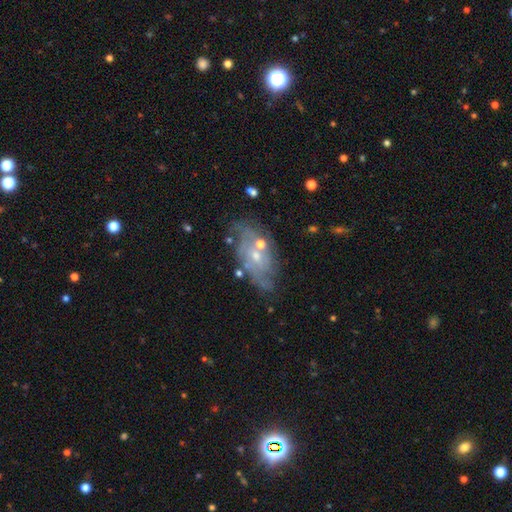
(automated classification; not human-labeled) A featured or disk galaxy (73%) with no bar (70%), tight (45%) spiral arms (78%) and a small central bulge (64%). Merging: none (65%).